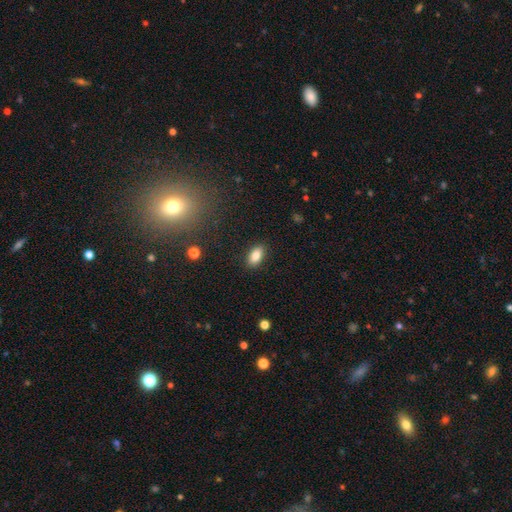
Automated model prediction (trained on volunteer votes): This is clearly a smooth galaxy (85%). How rounded: clearly in between (91%). Merging: clearly none (88%).